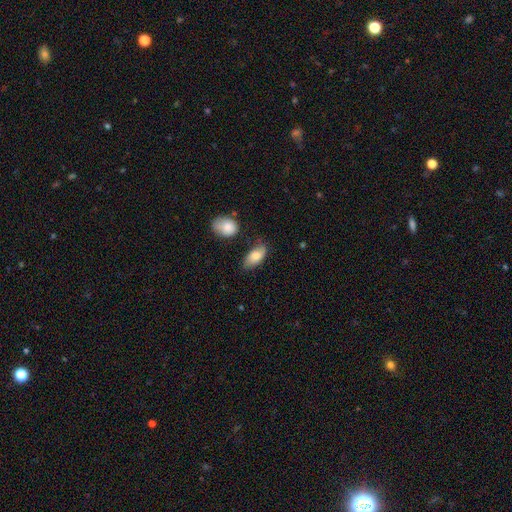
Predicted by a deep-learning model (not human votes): smooth-or-featured: smooth: 76% | featured or disk: 17% | star or artifact: 7%
  how-rounded: in between: 92% | round: 4% | cigar-shaped: 4%
  merging: none: 61% | minor disturbance: 26% | major disturbance: 6% | merger: 6%